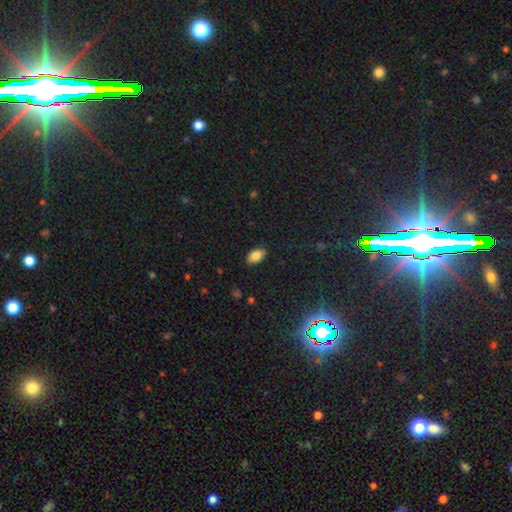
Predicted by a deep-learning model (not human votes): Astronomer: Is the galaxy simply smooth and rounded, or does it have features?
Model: smooth — 84%.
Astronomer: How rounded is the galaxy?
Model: in between — 93%.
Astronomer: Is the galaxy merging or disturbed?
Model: none — 87%.